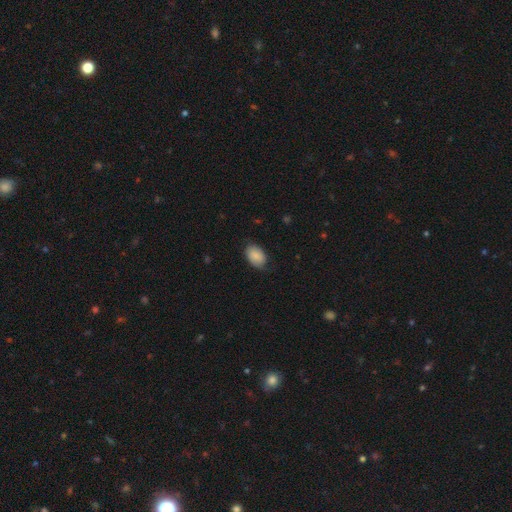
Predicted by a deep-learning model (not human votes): smooth 85%, featured or disk 9%, star or artifact 7%. Down the decision tree: how rounded — in between (88%); merging — none (73%).